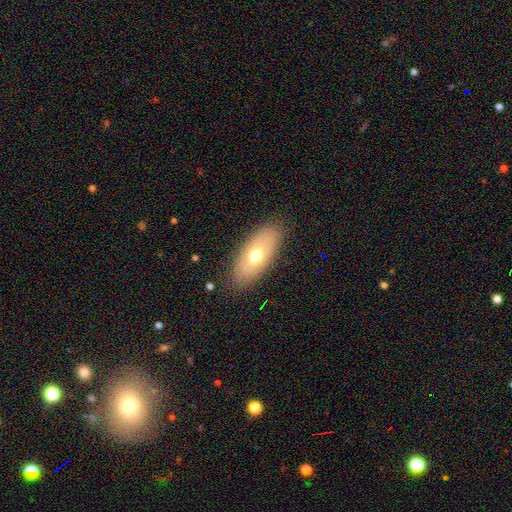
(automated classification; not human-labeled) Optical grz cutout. It shows a smooth galaxy with no disk features (61%) that is in between round and cigar-shaped (87%). Merging: none (83%).